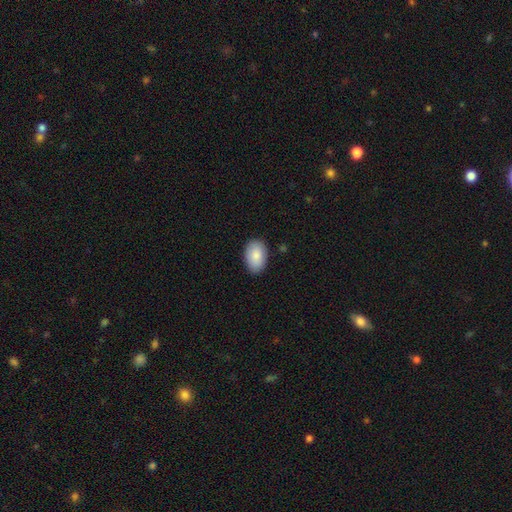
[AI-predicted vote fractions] smooth_or_featured: smooth (p=0.86) [alt: featured or disk p=0.08]
how_rounded: in between (p=0.90) [alt: round p=0.08]
merging: none (p=0.85) [alt: minor disturbance p=0.12]